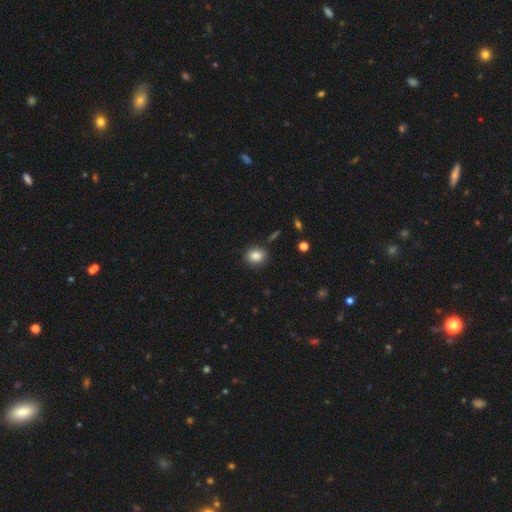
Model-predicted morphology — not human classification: smooth_or_featured: smooth (p=0.86) [alt: star or artifact p=0.09]
how_rounded: round (p=0.55) [alt: in between p=0.44]
merging: none (p=0.85) [alt: minor disturbance p=0.10]